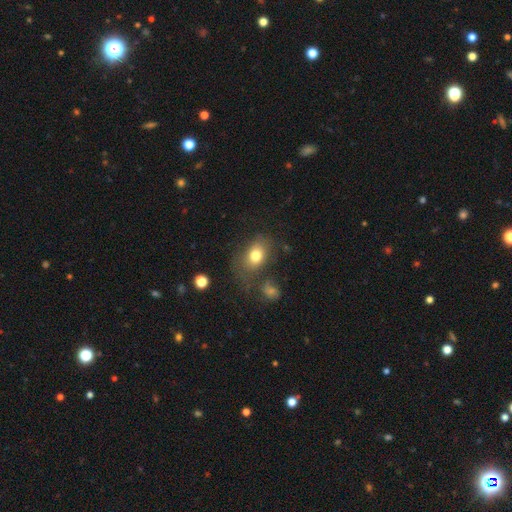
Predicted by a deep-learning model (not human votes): Smooth or featured?
  - smooth: 76% *
  - featured or disk: 14%
  - star or artifact: 10%
How rounded?
  - in between: 73% *
  - round: 25%
  - cigar-shaped: 1%
Merging?
  - none: 60% *
  - minor disturbance: 20%
  - major disturbance: 12%
  - merger: 8%